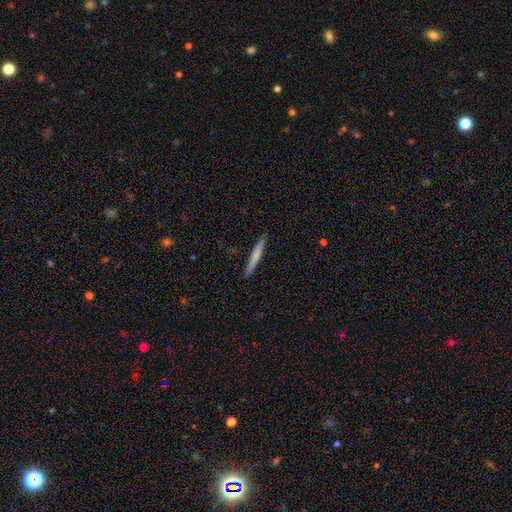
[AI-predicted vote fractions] Smooth or featured? Predicted: smooth (p=0.66). How rounded? Predicted: cigar-shaped (p=0.96). Merging? Predicted: none (p=0.91).